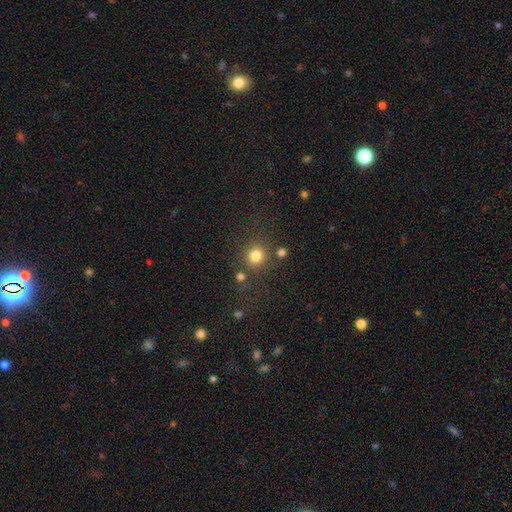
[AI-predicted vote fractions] Smooth or featured? smooth (80%)
How rounded? round (90%)
Merging? none (78%)